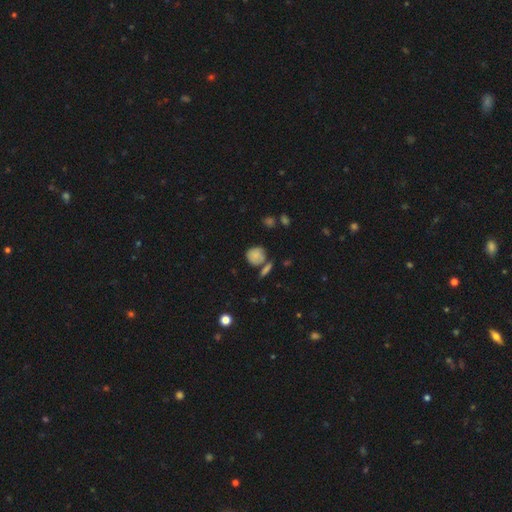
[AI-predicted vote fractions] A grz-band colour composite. It shows a smooth galaxy with no disk features (77%) that is round (81%). Merging: none (58%).